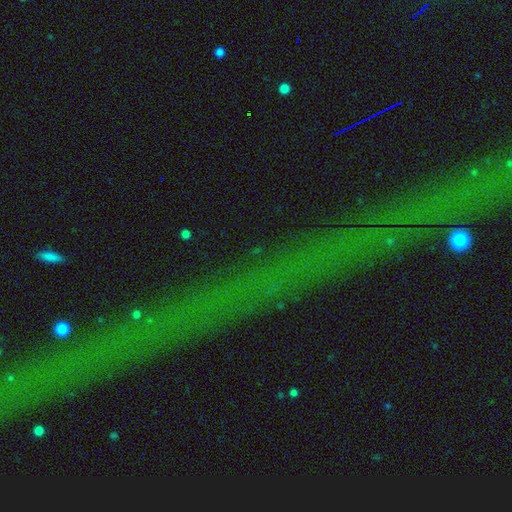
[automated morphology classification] Smooth or featured?
  - star or artifact: 77% *
  - featured or disk: 13%
  - smooth: 10%